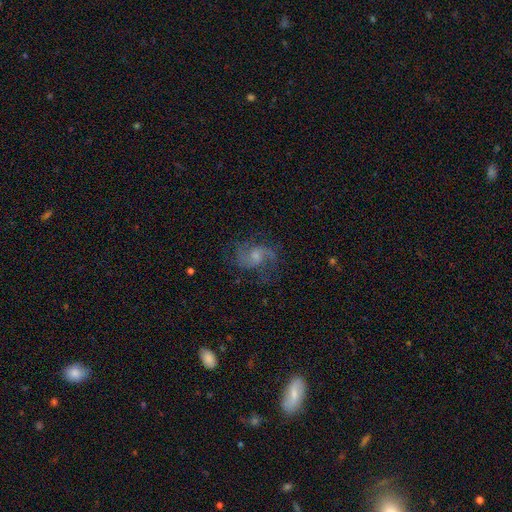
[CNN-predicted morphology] This is likely a featured or disk galaxy (77%). It is clearly not viewed edge-on (97%). Bar: possibly no (57%). Spiral arm pattern: clearly yes (95%). Spiral arm count: likely 2 (76%). Spiral winding: possibly medium (50%). Central bulge: possibly small (46%). Merging: likely none (70%).